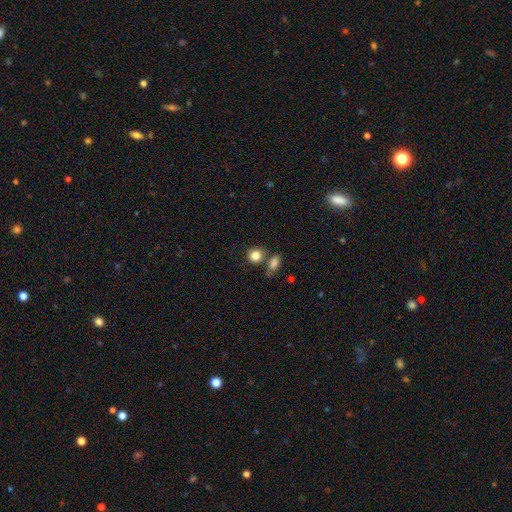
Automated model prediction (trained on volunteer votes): smooth-or-featured: smooth: 84% | star or artifact: 10% | featured or disk: 6%
  how-rounded: round: 77% | in between: 22% | cigar-shaped: 1%
  merging: none: 63% | merger: 20% | minor disturbance: 12% | major disturbance: 4%